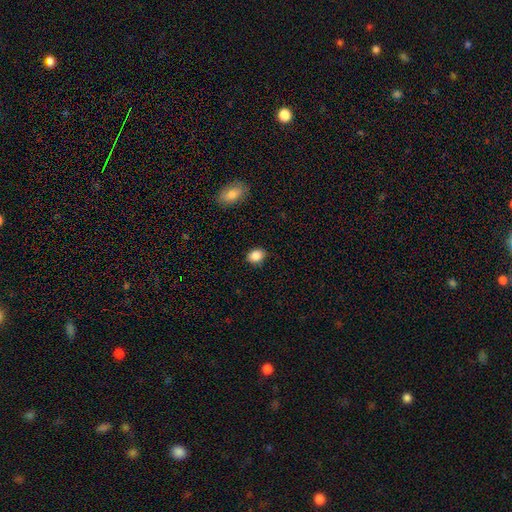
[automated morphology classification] This appears to be a smooth galaxy with no disk features (85%) that is in between round and cigar-shaped (62%). Merging: none (87%).